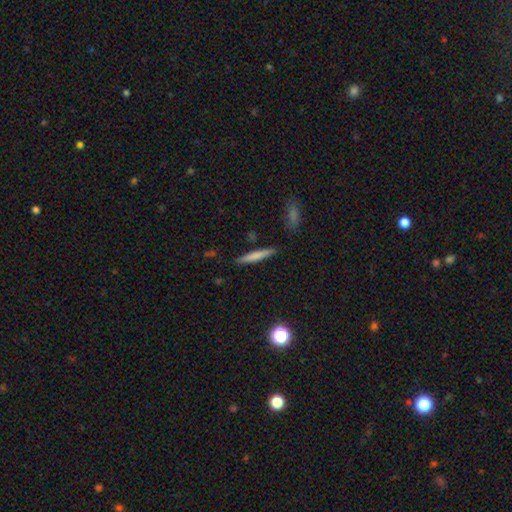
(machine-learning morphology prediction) Smooth or featured?
  - smooth: 71% *
  - featured or disk: 22%
  - star or artifact: 7%
How rounded?
  - cigar-shaped: 93% *
  - in between: 6%
  - round: 1%
Merging?
  - none: 86% *
  - minor disturbance: 9%
  - merger: 2%
  - major disturbance: 2%